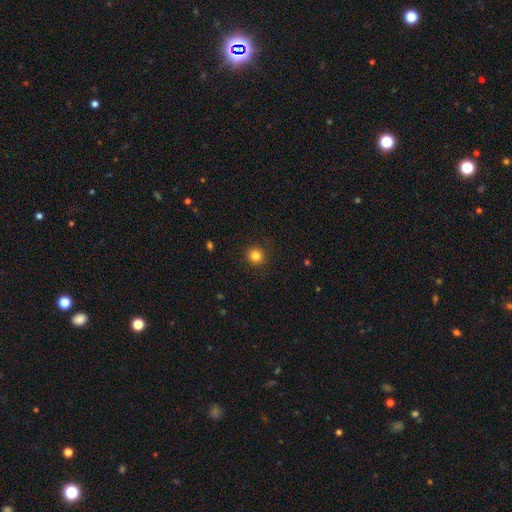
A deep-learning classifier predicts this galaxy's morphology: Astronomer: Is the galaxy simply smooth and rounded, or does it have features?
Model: smooth — 83%.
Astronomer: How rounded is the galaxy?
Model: round — 94%.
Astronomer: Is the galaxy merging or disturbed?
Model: none — 90%.